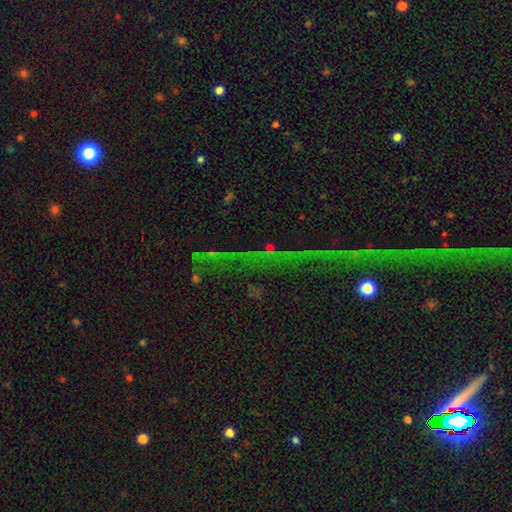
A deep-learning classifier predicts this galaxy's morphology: This is likely a star or artifact rather than a galaxy (74%).